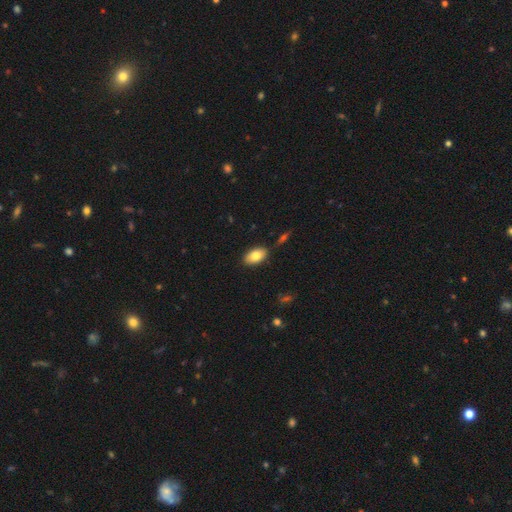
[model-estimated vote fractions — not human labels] The model was most divided on "smooth or featured": smooth: 81%, featured or disk: 12%, star or artifact: 7%. More confident: how rounded — in between (93%); merging — none (85%).